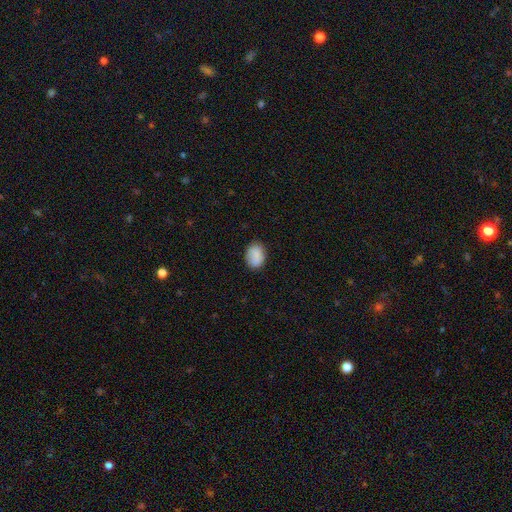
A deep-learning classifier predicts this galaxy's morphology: smooth_or_featured: smooth (p=0.86) [alt: star or artifact p=0.08]
how_rounded: in between (p=0.72) [alt: round p=0.26]
merging: none (p=0.80) [alt: minor disturbance p=0.15]